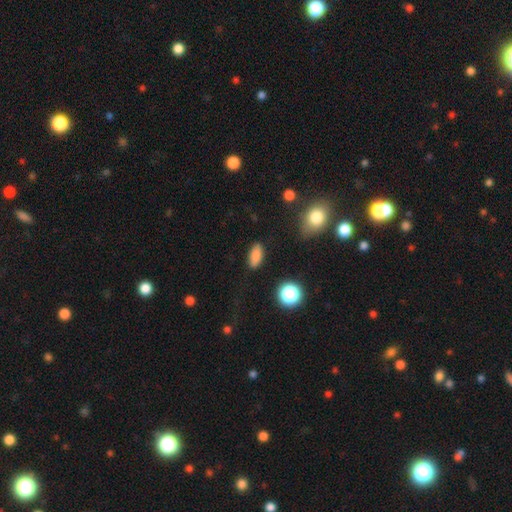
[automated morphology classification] This is clearly a smooth galaxy (84%). How rounded: clearly in between (85%). Merging: clearly none (87%).